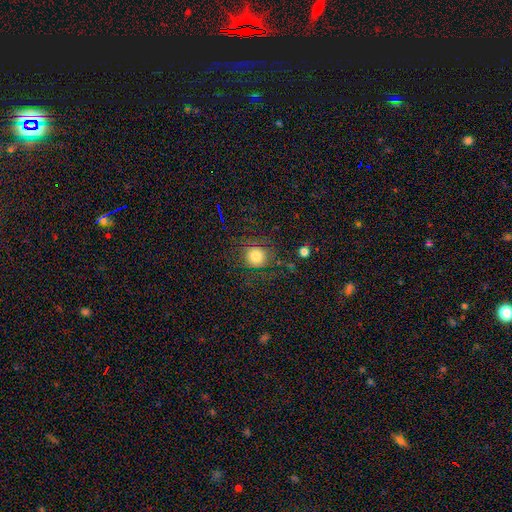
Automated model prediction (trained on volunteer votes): Smooth or featured?
  - smooth: 71% *
  - featured or disk: 15%
  - star or artifact: 14%
How rounded?
  - round: 91% *
  - in between: 8%
  - cigar-shaped: 1%
Merging?
  - none: 75% *
  - minor disturbance: 13%
  - major disturbance: 10%
  - merger: 2%